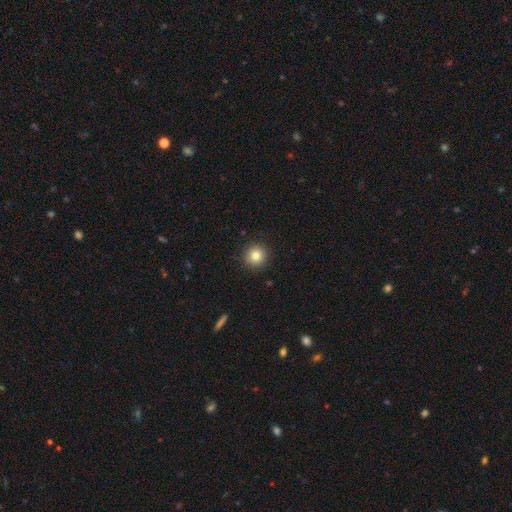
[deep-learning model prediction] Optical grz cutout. It shows a smooth galaxy with no disk features (82%) that is round (94%). Merging: none (91%).